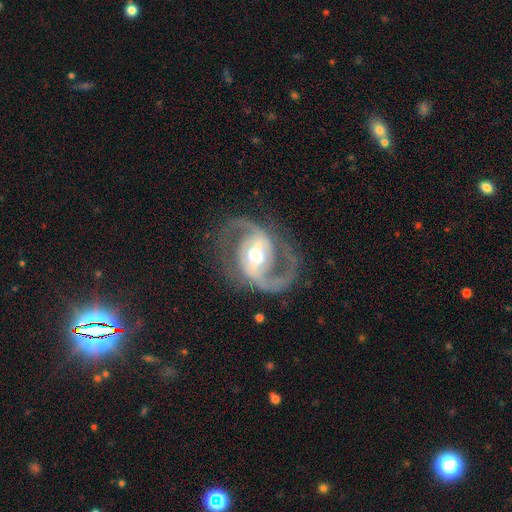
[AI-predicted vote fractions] smooth_or_featured: featured or disk (p=0.92) [alt: star or artifact p=0.04]
disk_edge_on: no (p=0.98) [alt: yes p=0.02]
bar: strong (p=0.41) [alt: weak p=0.39]
has_spiral_arms: yes (p=0.97) [alt: no p=0.03]
spiral_winding: medium (p=0.59) [alt: loose p=0.22]
spiral_arm_count: 2 (p=0.92) [alt: 3 p=0.02]
bulge_size: moderate (p=0.71) [alt: small p=0.16]
merging: none (p=0.77) [alt: minor disturbance p=0.13]